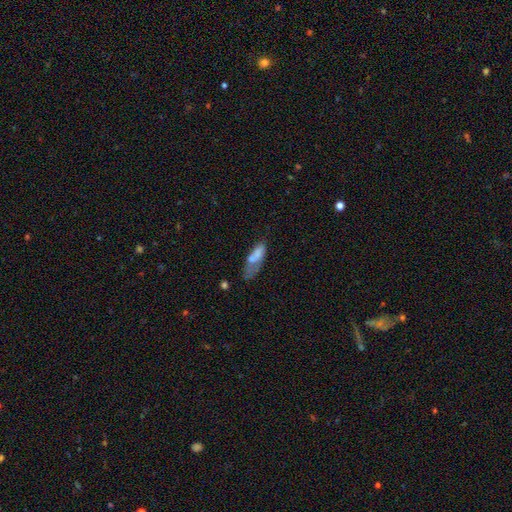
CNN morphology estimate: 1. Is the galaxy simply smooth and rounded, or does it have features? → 63% smooth, 28% featured or disk, 9% star or artifact.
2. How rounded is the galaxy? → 63% in between, 34% cigar-shaped, 3% round.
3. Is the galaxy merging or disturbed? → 29% none, 25% major disturbance, 24% minor disturbance, 23% merger.